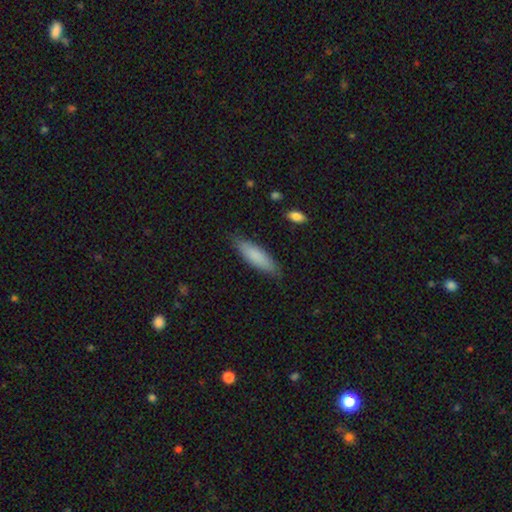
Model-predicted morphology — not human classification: smooth 82%, featured or disk 12%, star or artifact 6%. Down the decision tree: how rounded — cigar-shaped (61%); merging — none (82%).